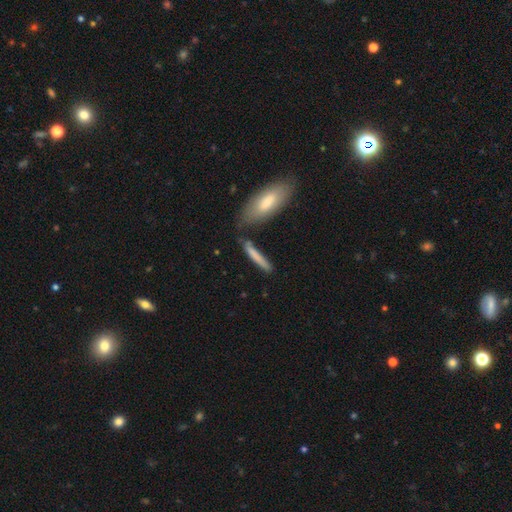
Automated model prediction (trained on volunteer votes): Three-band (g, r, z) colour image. It shows a smooth galaxy with no disk features (74%) that is cigar-shaped (89%). Merging: none (72%).